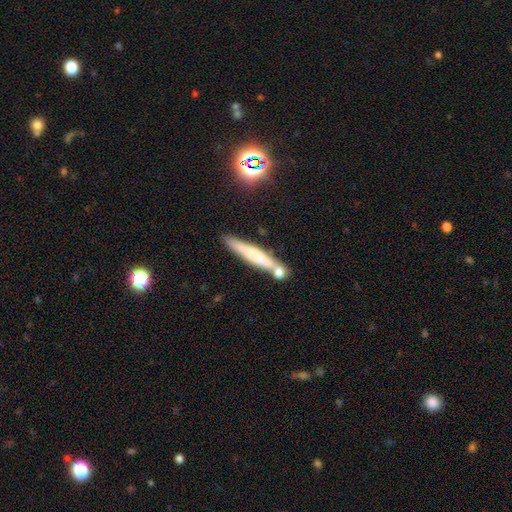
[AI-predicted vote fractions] A smooth galaxy with no disk features (55%) that is cigar-shaped (92%). Merging: none (68%).